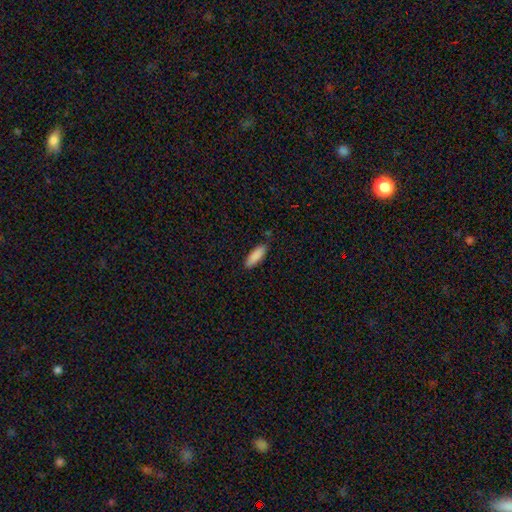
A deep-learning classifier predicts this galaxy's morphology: smooth-or-featured: smooth: 89% | star or artifact: 6% | featured or disk: 5%
  how-rounded: in between: 57% | cigar-shaped: 42% | round: 1%
  merging: none: 85% | minor disturbance: 12% | major disturbance: 2% | merger: 2%